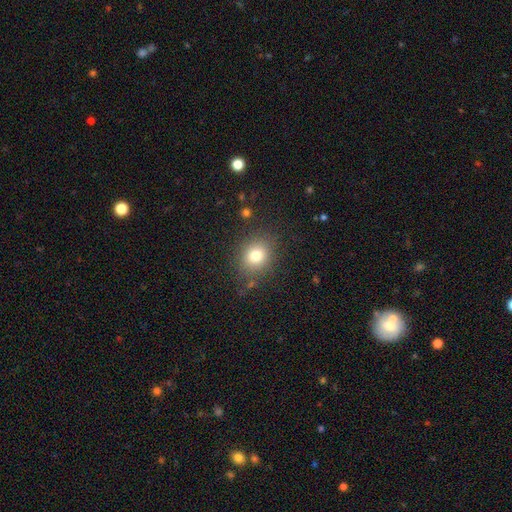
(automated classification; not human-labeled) Overall: smooth (78%). How rounded: round (63%; in between 36%). Merging: none (82%).